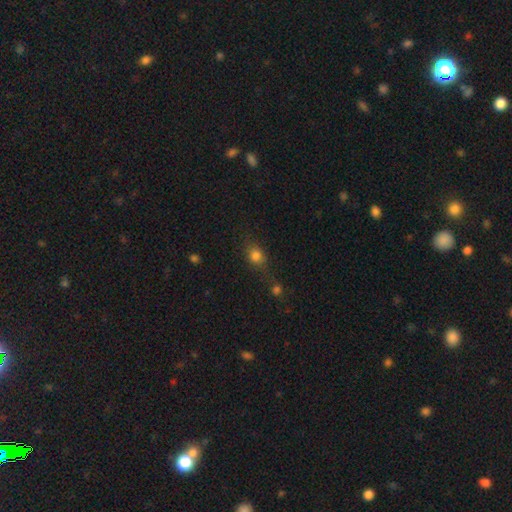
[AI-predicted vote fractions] Smooth or featured: smooth — 78% (star or artifact — 13%)
How rounded: in between — 50% (round — 46%)
Merging: none — 53% (merger — 20%)